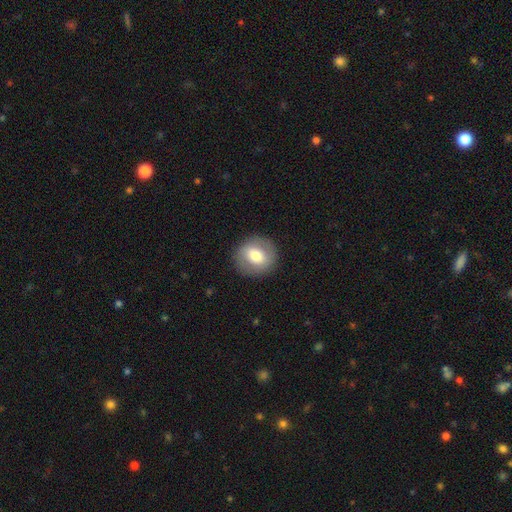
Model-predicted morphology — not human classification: smooth-or-featured: smooth: 64% | featured or disk: 29% | star or artifact: 7%
  how-rounded: round: 82% | in between: 17% | cigar-shaped: 1%
  merging: none: 88% | minor disturbance: 8% | major disturbance: 3% | merger: 1%